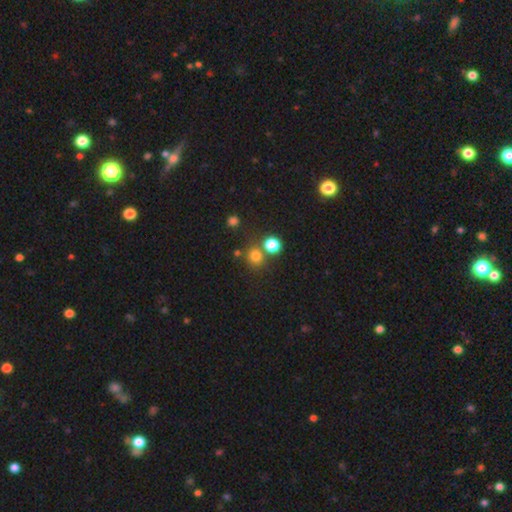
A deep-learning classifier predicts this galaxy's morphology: smooth 74%, star or artifact 19%, featured or disk 7%. Down the decision tree: how rounded — round (88%); merging — none (69%).